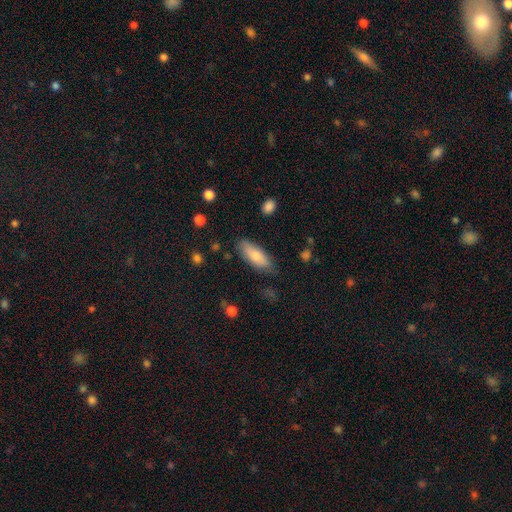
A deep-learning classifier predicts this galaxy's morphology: A smooth galaxy with no disk features (78%) that is in between round and cigar-shaped (68%).

Vote fractions:
- Smooth or featured? smooth: 78% / featured or disk: 16% / star or artifact: 6%
- How rounded? in between: 68% / cigar-shaped: 31% / round: 2%
- Merging? none: 79% / minor disturbance: 16% / major disturbance: 4% / merger: 2%